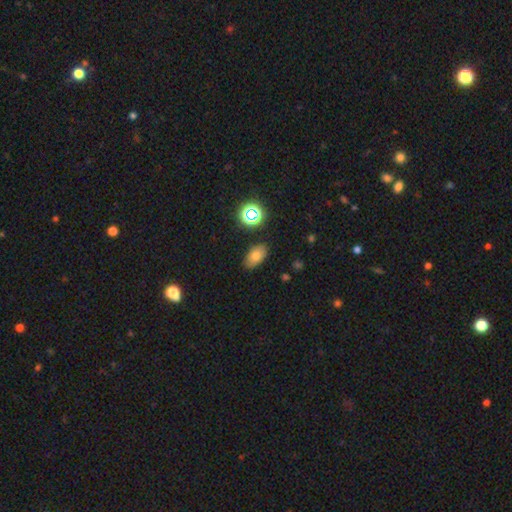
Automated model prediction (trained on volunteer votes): smooth_or_featured: smooth (p=0.72) [alt: star or artifact p=0.15]
how_rounded: in between (p=0.89) [alt: round p=0.09]
merging: none (p=0.85) [alt: minor disturbance p=0.10]